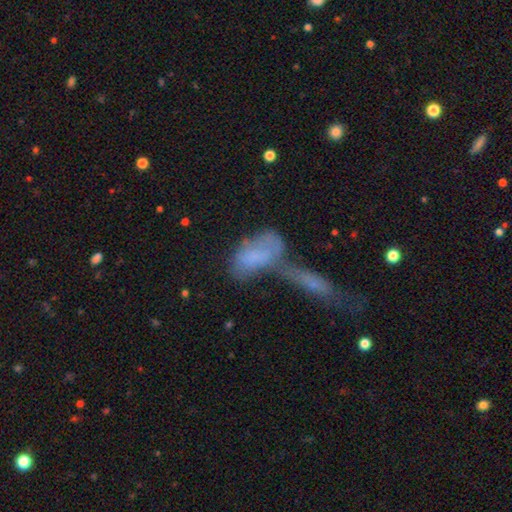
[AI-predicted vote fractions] A smooth galaxy with no disk features (59%) that is in between round and cigar-shaped (80%). Merging: merger (58%).